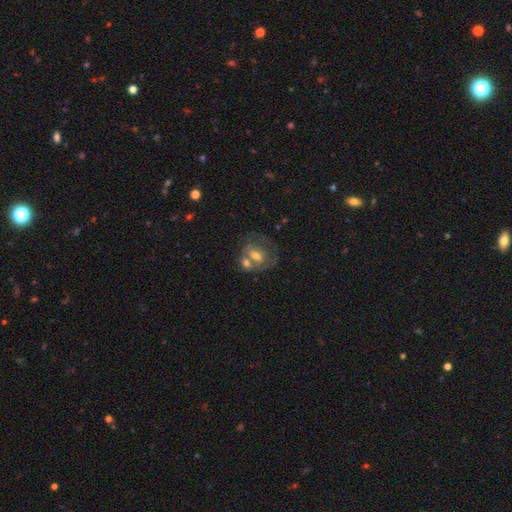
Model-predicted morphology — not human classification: Smooth or featured? Predicted: featured or disk (p=0.47). Merging? Predicted: merger (p=0.42).